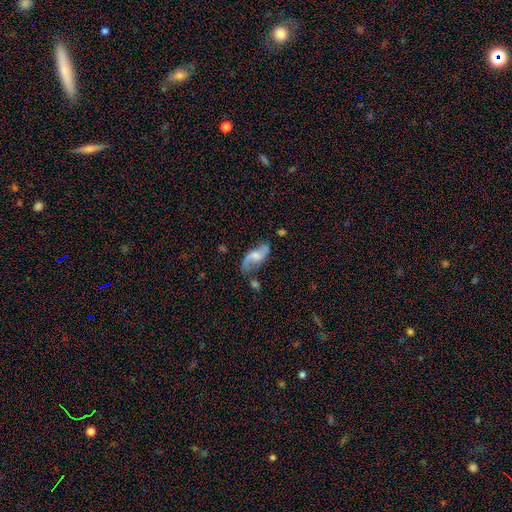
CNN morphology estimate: Smooth or featured?
  - featured or disk: 70% *
  - smooth: 23%
  - star or artifact: 7%
Edge-on disk?
  - no: 94% *
  - yes: 6%
Bar?
  - no: 47% *
  - weak: 42%
  - strong: 11%
Spiral arms?
  - yes: 91% *
  - no: 9%
Spiral winding?
  - loose: 72% *
  - medium: 22%
  - tight: 6%
Spiral arm count?
  - 2: 87% *
  - 1: 6%
  - can't tell: 5%
  - 3: 1%
  - 4: 1%
  - more than 4: 1%
Bulge size?
  - moderate: 42% *
  - small: 37%
  - none: 12%
  - large: 6%
  - dominant: 2%
Merging?
  - none: 55% *
  - minor disturbance: 24%
  - major disturbance: 13%
  - merger: 9%